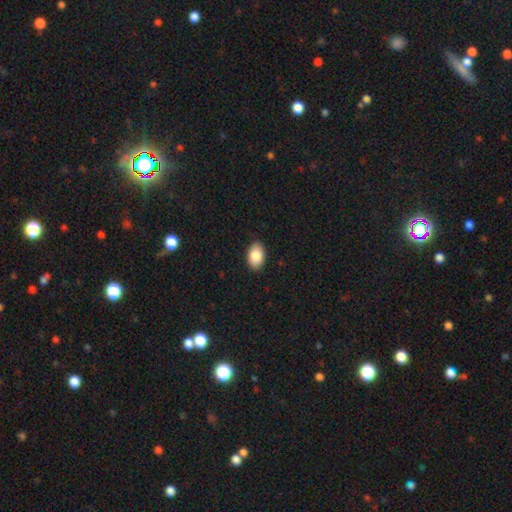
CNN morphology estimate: Overall: smooth (87%). How rounded: in between (91%). Merging: none (89%).